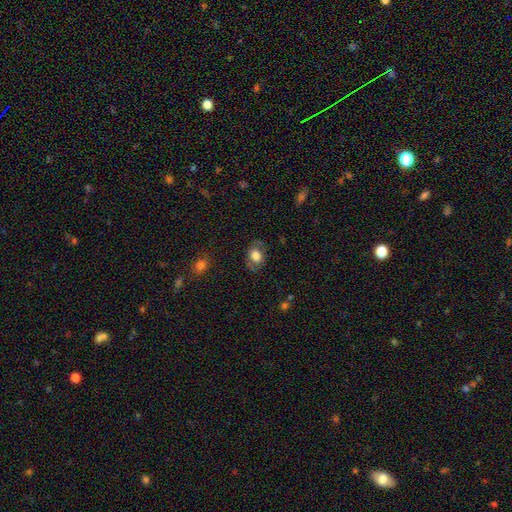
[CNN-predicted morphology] A smooth galaxy with no disk features (70%) that is in between round and cigar-shaped (69%).

Vote fractions:
- Smooth or featured? smooth: 70% / featured or disk: 22% / star or artifact: 8%
- How rounded? in between: 69% / round: 30% / cigar-shaped: 1%
- Merging? none: 74% / minor disturbance: 17% / major disturbance: 7% / merger: 1%